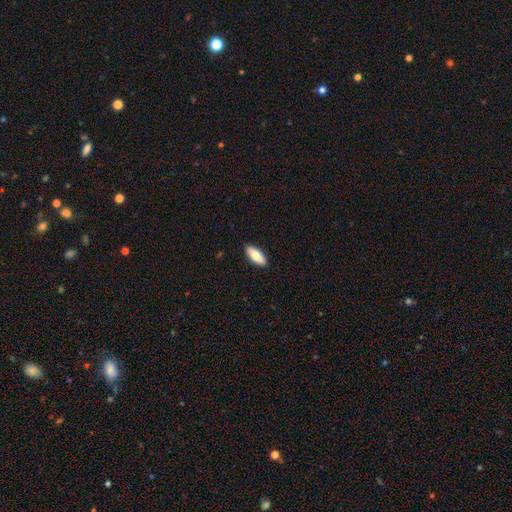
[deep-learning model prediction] Smooth or featured? Predicted: smooth (p=0.75). How rounded? Predicted: in between (p=0.72). Merging? Predicted: none (p=0.90).